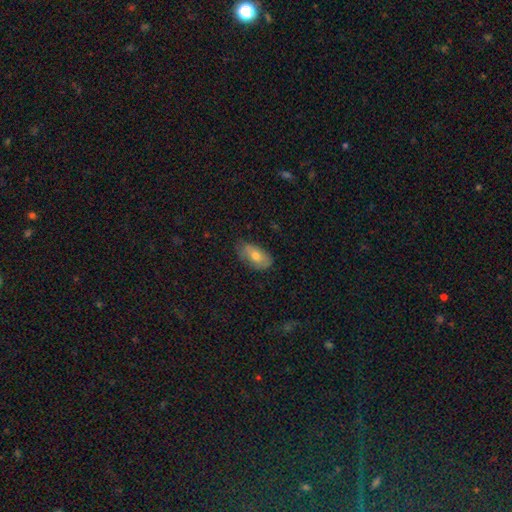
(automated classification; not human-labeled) This appears to be a smooth galaxy with no disk features (66%) that is in between round and cigar-shaped (91%). Merging: none (72%).